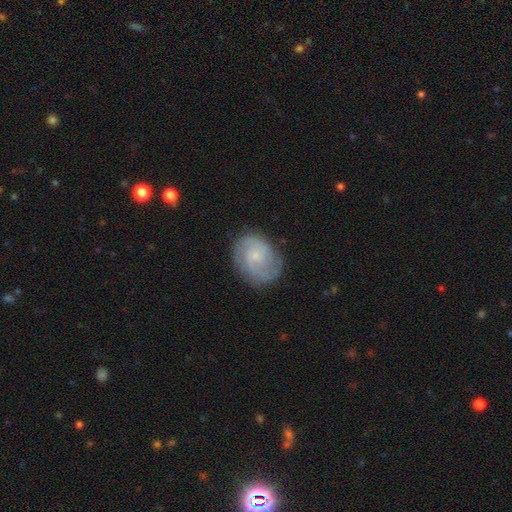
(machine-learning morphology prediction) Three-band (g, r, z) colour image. It shows a featured or disk galaxy (71%) with no bar (65%), 2 (60%) tight (44%) spiral arms (93%) and a small central bulge (70%). Merging: none (76%).